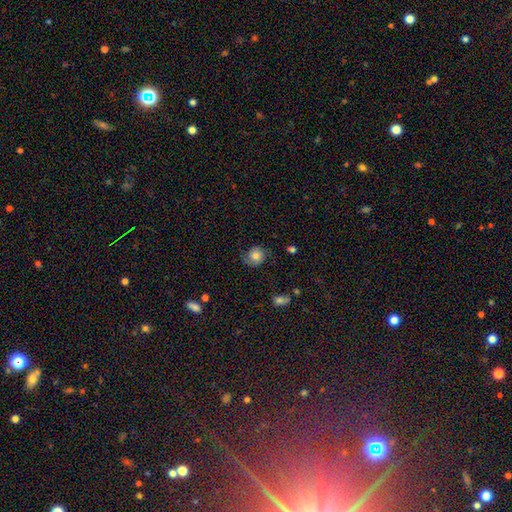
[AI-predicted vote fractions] Smooth or featured? Predicted: smooth (p=0.47). Merging? Predicted: none (p=0.71).